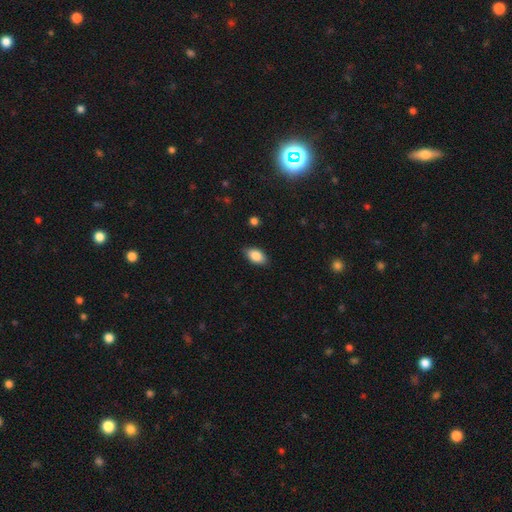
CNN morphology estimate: Smooth or featured: smooth — 85% (star or artifact — 7%)
How rounded: in between — 91% (round — 6%)
Merging: none — 85% (minor disturbance — 12%)